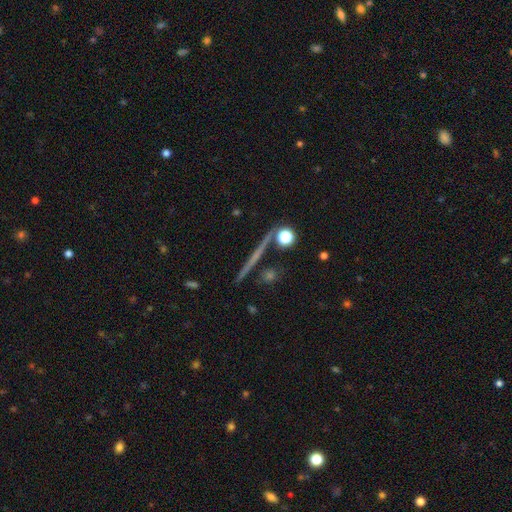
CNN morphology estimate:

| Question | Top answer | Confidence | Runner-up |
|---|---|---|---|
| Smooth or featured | featured or disk | 54% | smooth (28%) |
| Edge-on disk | yes | 94% | no (6%) |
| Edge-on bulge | none | 69% | rounded (23%) |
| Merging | none | 85% | minor disturbance (7%) |